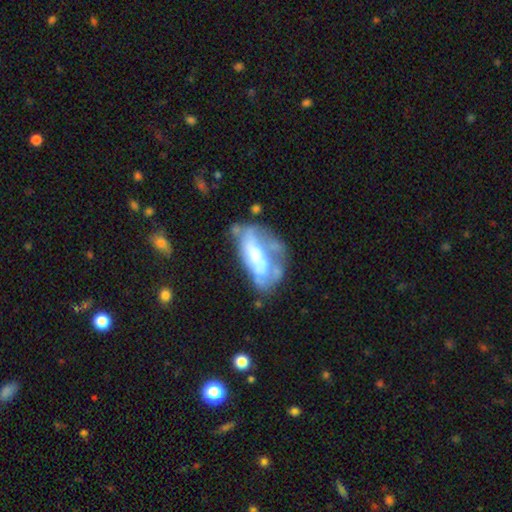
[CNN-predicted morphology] smooth_or_featured: featured or disk (p=0.54) [alt: smooth p=0.37]
disk_edge_on: no (p=0.91) [alt: yes p=0.09]
merging: none (p=0.35) [alt: major disturbance p=0.26]